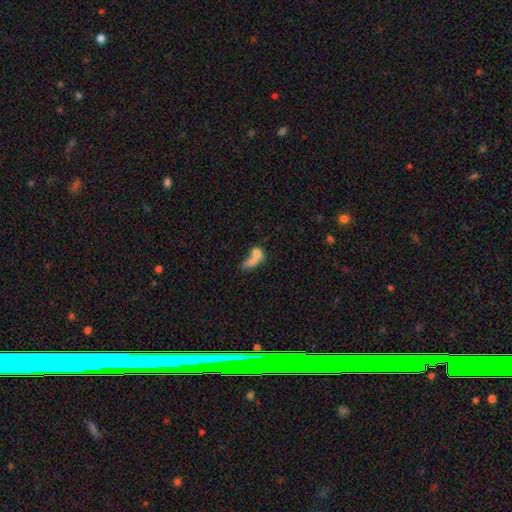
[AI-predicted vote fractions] smooth 69%, featured or disk 21%, star or artifact 10%. Down the decision tree: how rounded — in between (57%); merging — merger (61%).